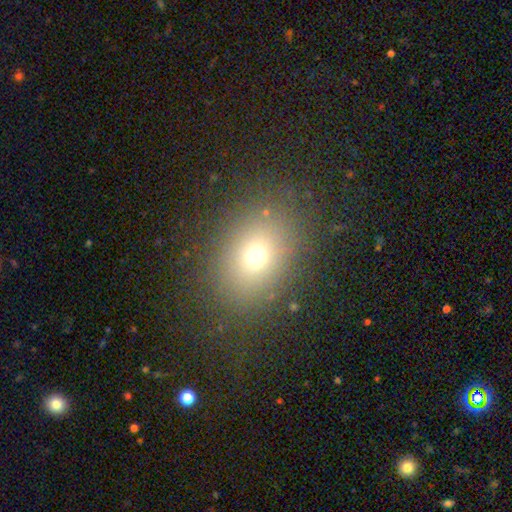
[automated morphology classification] Smooth or featured?
  - smooth: 69% *
  - star or artifact: 18%
  - featured or disk: 13%
How rounded?
  - in between: 55% *
  - round: 43%
  - cigar-shaped: 1%
Merging?
  - none: 83% *
  - minor disturbance: 10%
  - major disturbance: 6%
  - merger: 1%